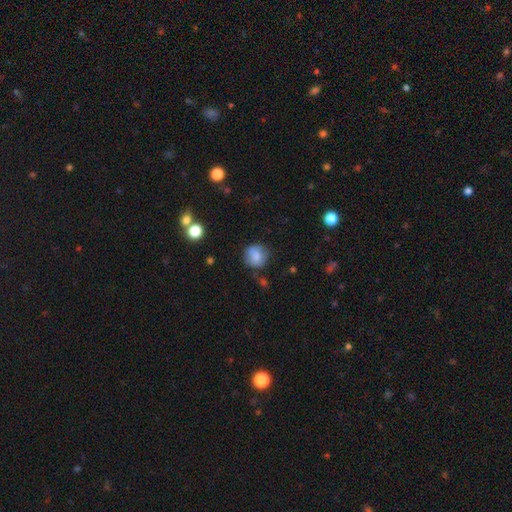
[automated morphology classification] A smooth galaxy with no disk features (73%) that is round (84%). Merging: none (64%).